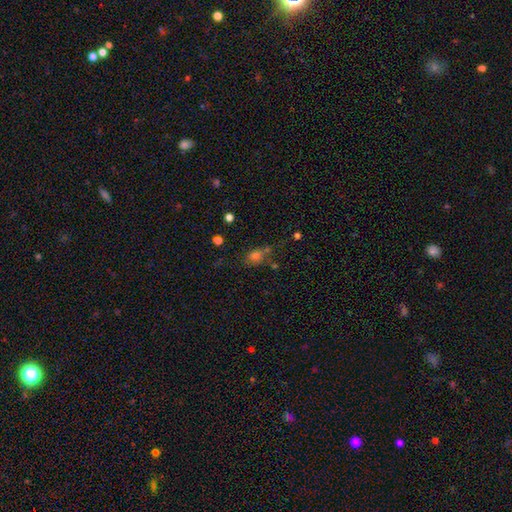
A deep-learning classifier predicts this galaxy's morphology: Smooth or featured?
  - smooth: 58% *
  - star or artifact: 30%
  - featured or disk: 13%
How rounded?
  - in between: 60% *
  - round: 34%
  - cigar-shaped: 6%
Merging?
  - none: 53% *
  - minor disturbance: 19%
  - merger: 15%
  - major disturbance: 12%